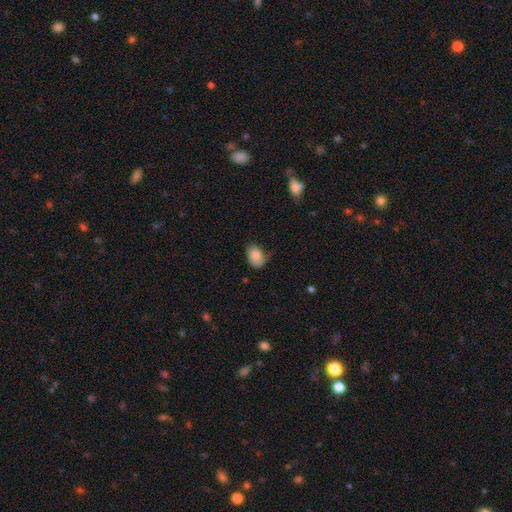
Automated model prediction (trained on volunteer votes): Smooth or featured? smooth (85%)
How rounded? in between (81%)
Merging? none (55%)